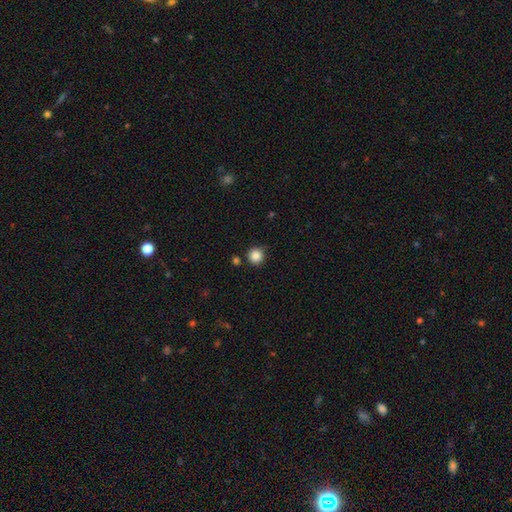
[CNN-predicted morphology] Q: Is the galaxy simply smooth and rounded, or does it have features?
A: smooth — 86%.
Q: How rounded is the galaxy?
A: round — 95%.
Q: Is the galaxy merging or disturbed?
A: none — 86%.